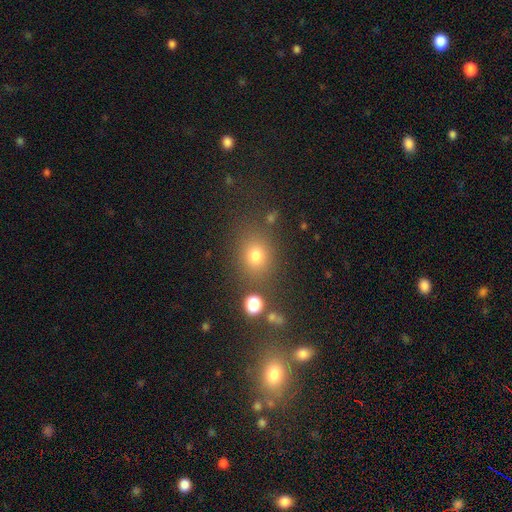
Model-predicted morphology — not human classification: Smooth or featured? smooth (71%)
How rounded? round (63%)
Merging? none (78%)